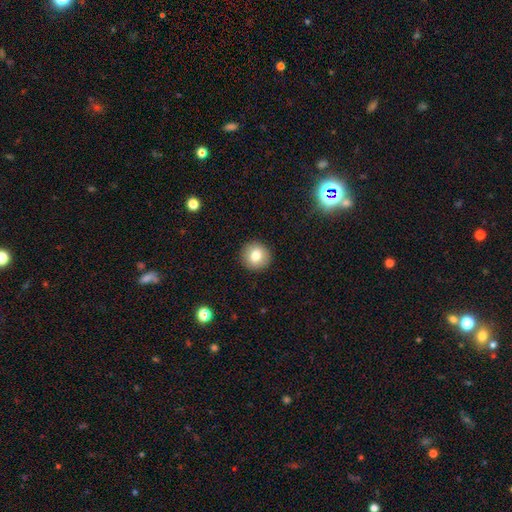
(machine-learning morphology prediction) type=smooth (80%); roundness=round (94%); merging=none (92%).